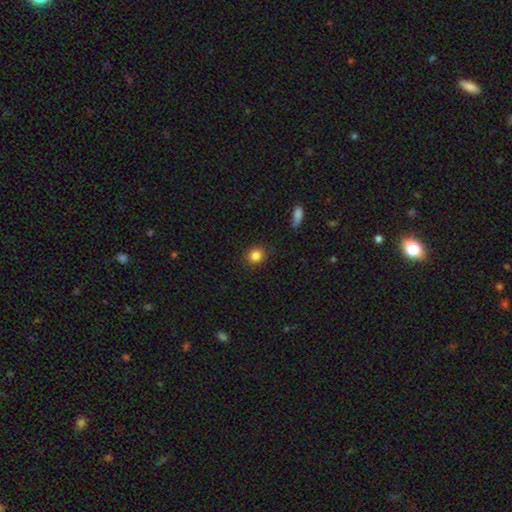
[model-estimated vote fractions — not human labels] Overall: smooth (85%). How rounded: round (76%). Merging: none (87%).